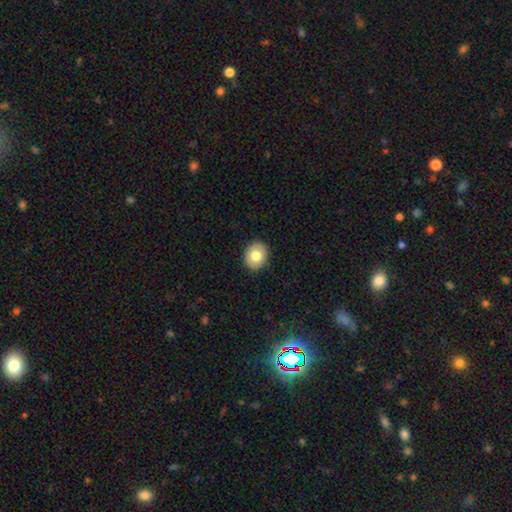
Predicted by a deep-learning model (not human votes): This appears to be a smooth galaxy with no disk features (77%) that is round (59%). Merging: none (89%).